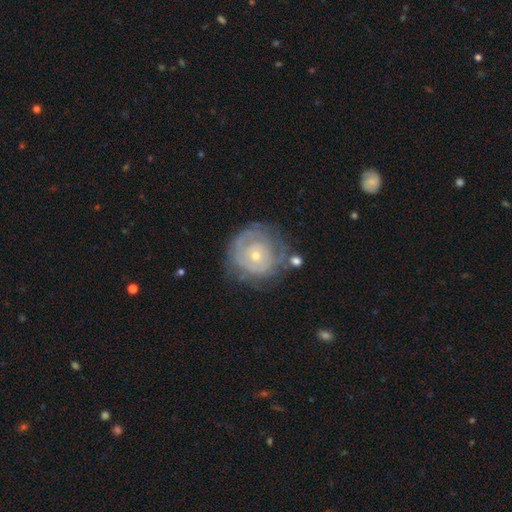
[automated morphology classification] Smooth or featured? Predicted: featured or disk (p=0.72). Edge-on disk? Predicted: no (p=0.97). Bar? Predicted: no (p=0.83). Spiral arms? Predicted: yes (p=0.73). Spiral winding? Predicted: tight (p=0.79). Spiral arm count? Predicted: can't tell (p=0.53). Bulge size? Predicted: small (p=0.65). Merging? Predicted: none (p=0.66).